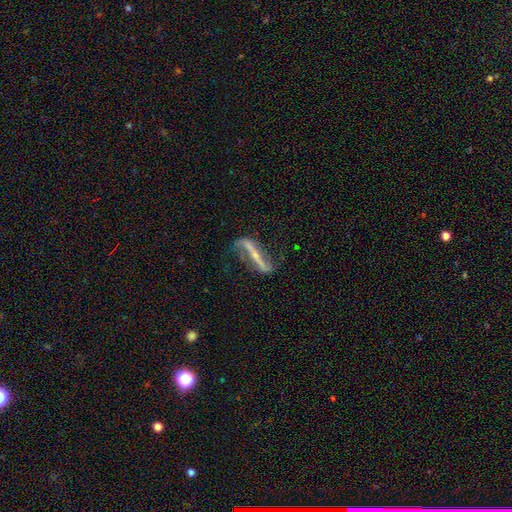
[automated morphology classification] type=featured or disk (83%); edge-on=no (68%); bar=strong (70%); spiral arms=yes (86%); bulge=small (68%); merging=none (61%).